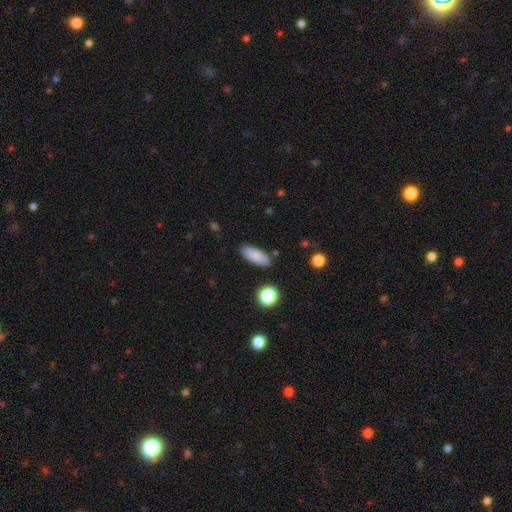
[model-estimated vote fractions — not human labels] smooth_or_featured: smooth (p=0.85) [alt: star or artifact p=0.07]
how_rounded: in between (p=0.71) [alt: cigar-shaped p=0.26]
merging: none (p=0.86) [alt: minor disturbance p=0.09]